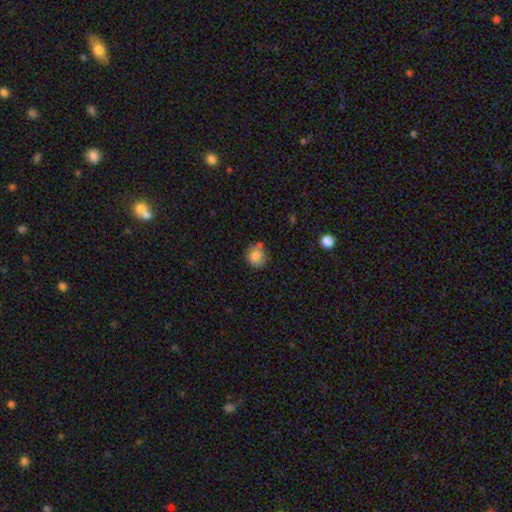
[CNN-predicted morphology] A smooth galaxy with no disk features (79%) that is round (78%).

Vote fractions:
- Smooth or featured? smooth: 79% / featured or disk: 11% / star or artifact: 9%
- How rounded? round: 78% / in between: 21% / cigar-shaped: 1%
- Merging? none: 67% / minor disturbance: 21% / merger: 8% / major disturbance: 4%